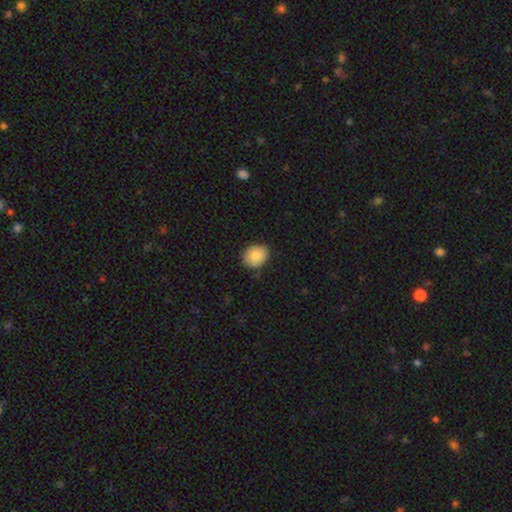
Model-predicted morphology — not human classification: type=smooth (86%); roundness=round (64%); merging=none (81%).